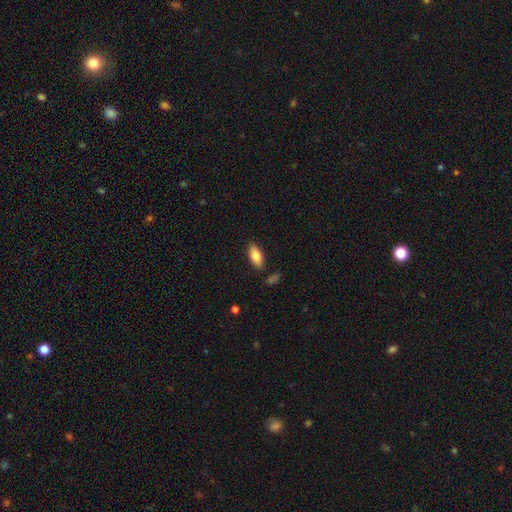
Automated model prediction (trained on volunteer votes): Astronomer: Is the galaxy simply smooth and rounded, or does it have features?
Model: smooth — 81%.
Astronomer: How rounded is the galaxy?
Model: in between — 85%.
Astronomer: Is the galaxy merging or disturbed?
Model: none — 84%.